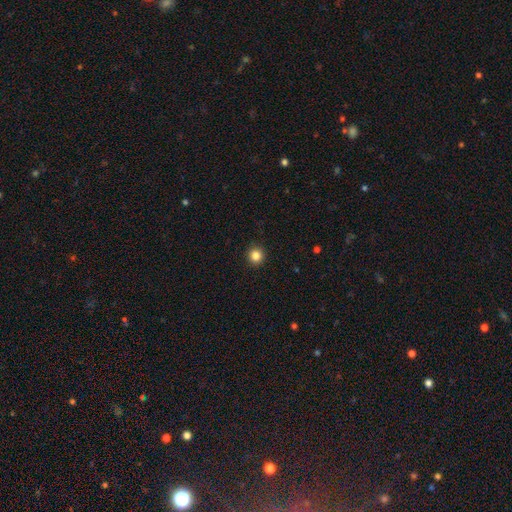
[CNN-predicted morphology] This is clearly a smooth galaxy (85%). How rounded: clearly round (94%). Merging: clearly none (93%).